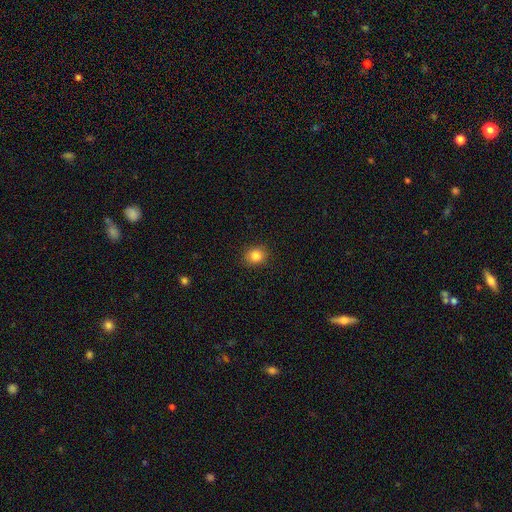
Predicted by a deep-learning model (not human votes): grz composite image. It shows a smooth galaxy with no disk features (83%) that is round (75%). Merging: none (90%).